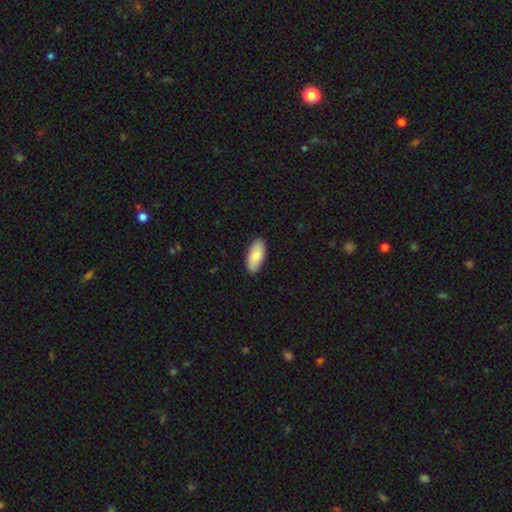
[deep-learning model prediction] A smooth galaxy with no disk features (85%) that is in between round and cigar-shaped (90%).

Vote fractions:
- Smooth or featured? smooth: 85% / featured or disk: 9% / star or artifact: 5%
- How rounded? in between: 90% / cigar-shaped: 9% / round: 2%
- Merging? none: 89% / minor disturbance: 8% / major disturbance: 2% / merger: 1%